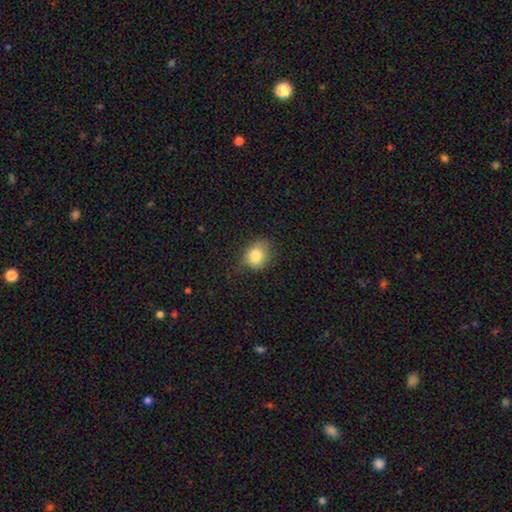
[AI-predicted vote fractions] The model was most divided on "how rounded": round: 61%, in between: 38%, cigar-shaped: 1%. More confident: smooth or featured — smooth (81%); merging — none (68%).